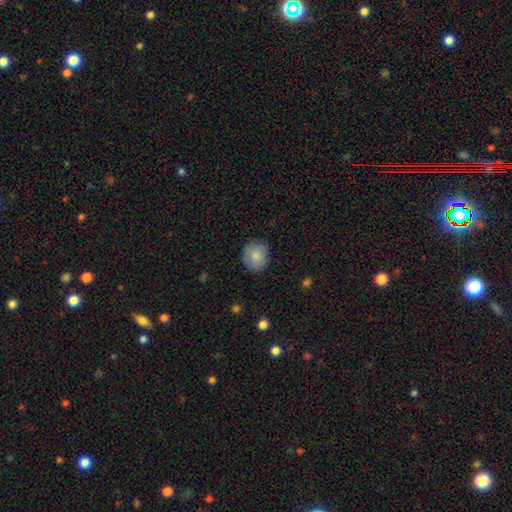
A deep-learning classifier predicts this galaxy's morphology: Smooth or featured? Predicted: smooth (p=0.83). How rounded? Predicted: round (p=0.84). Merging? Predicted: none (p=0.85).